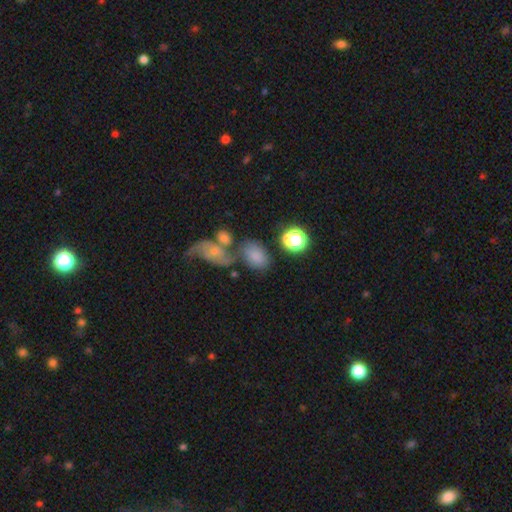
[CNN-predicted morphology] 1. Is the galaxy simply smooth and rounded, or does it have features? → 72% smooth, 15% featured or disk, 13% star or artifact.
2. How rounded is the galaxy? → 79% in between, 19% round, 2% cigar-shaped.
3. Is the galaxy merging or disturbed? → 42% none, 30% merger, 17% minor disturbance, 11% major disturbance.